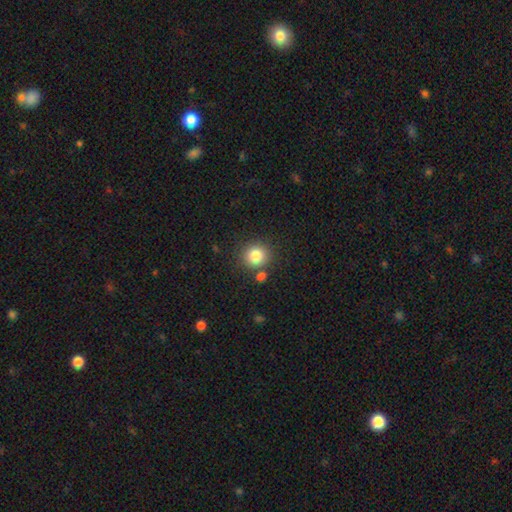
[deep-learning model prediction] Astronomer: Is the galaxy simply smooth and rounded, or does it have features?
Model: smooth — 83%.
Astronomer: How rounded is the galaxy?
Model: round — 88%.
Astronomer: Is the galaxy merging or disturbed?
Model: none — 79%.